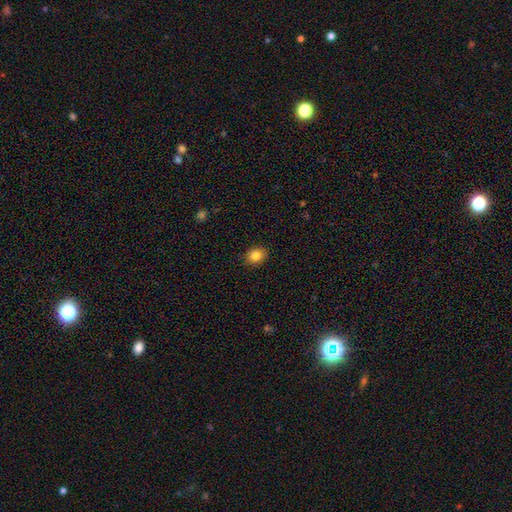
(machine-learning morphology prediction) Q: Smooth or featured?
A: smooth (84%); runner-up: star or artifact (10%)
Q: How rounded?
A: round (50%); runner-up: in between (49%)
Q: Merging?
A: none (89%); runner-up: minor disturbance (8%)